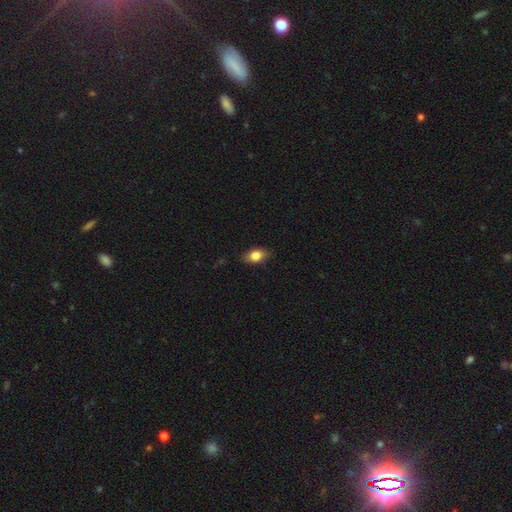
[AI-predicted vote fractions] Morphology: type=smooth (80%); roundness=in between (83%); merging=none (83%).